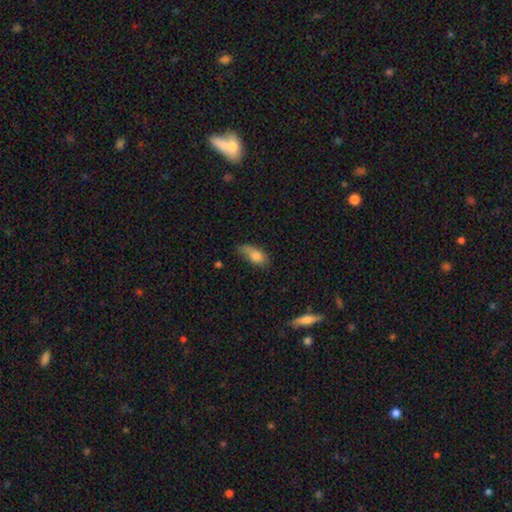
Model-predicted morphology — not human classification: Overall: smooth (79%). How rounded: in between (86%). Merging: none (42%; minor disturbance 37%).